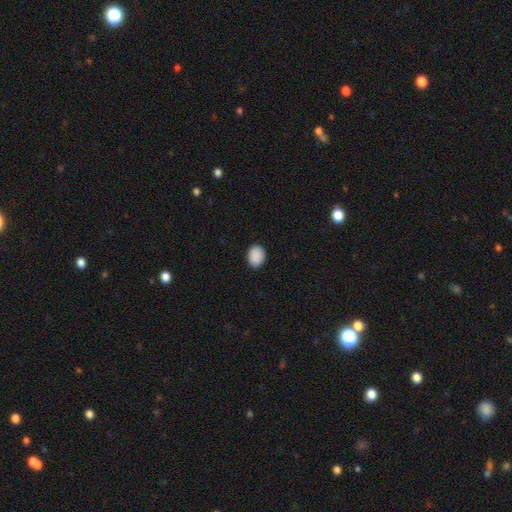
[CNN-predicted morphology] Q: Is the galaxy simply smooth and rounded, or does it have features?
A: smooth — 90%.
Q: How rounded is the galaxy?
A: in between — 68%.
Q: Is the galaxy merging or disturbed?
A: none — 89%.